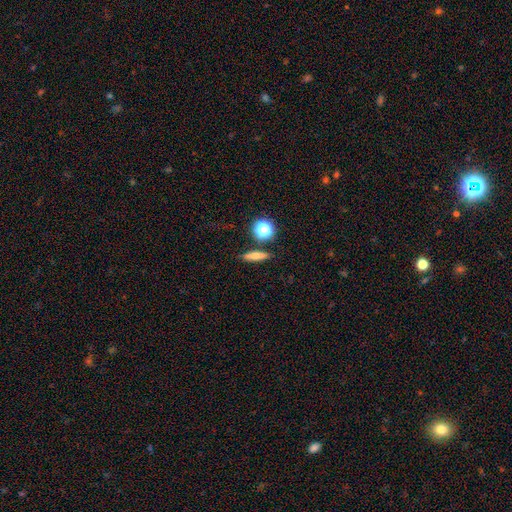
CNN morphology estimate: Smooth or featured: smooth — 64% (featured or disk — 24%)
How rounded: cigar-shaped — 69% (in between — 18%)
Merging: none — 85% (minor disturbance — 9%)